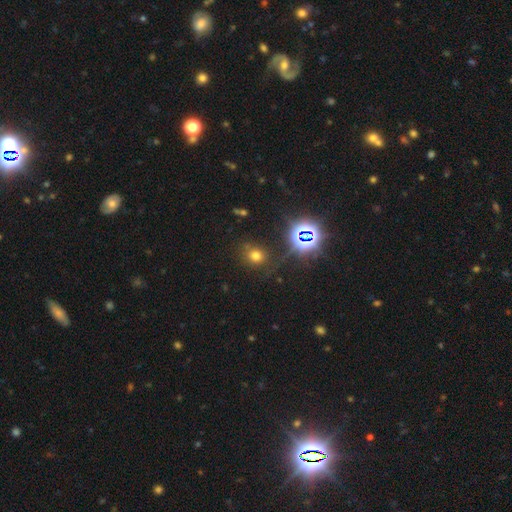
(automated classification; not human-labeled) This appears to be a smooth galaxy with no disk features (62%) that is round (75%). Merging: none (76%).